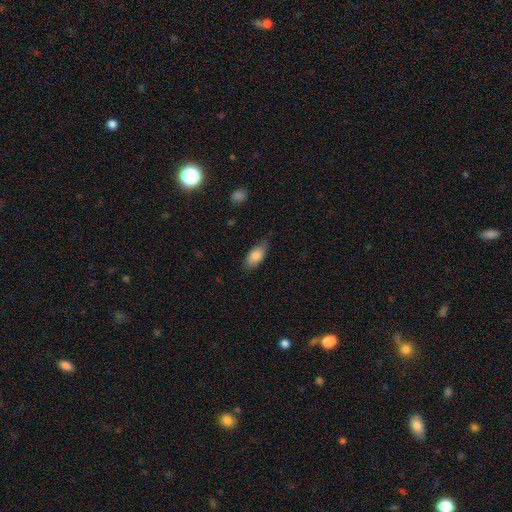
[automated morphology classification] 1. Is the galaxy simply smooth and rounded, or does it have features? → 83% smooth, 11% featured or disk, 6% star or artifact.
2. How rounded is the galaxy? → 86% in between, 11% cigar-shaped, 3% round.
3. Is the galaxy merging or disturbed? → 71% none, 23% minor disturbance, 5% major disturbance, 1% merger.